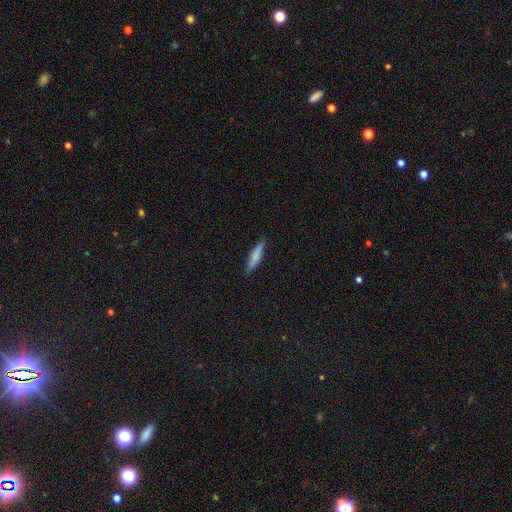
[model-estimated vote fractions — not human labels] A smooth galaxy with no disk features (74%) that is cigar-shaped (84%).

Vote fractions:
- Smooth or featured? smooth: 74% / featured or disk: 20% / star or artifact: 6%
- How rounded? cigar-shaped: 84% / in between: 14% / round: 1%
- Merging? none: 86% / minor disturbance: 11% / major disturbance: 2% / merger: 1%